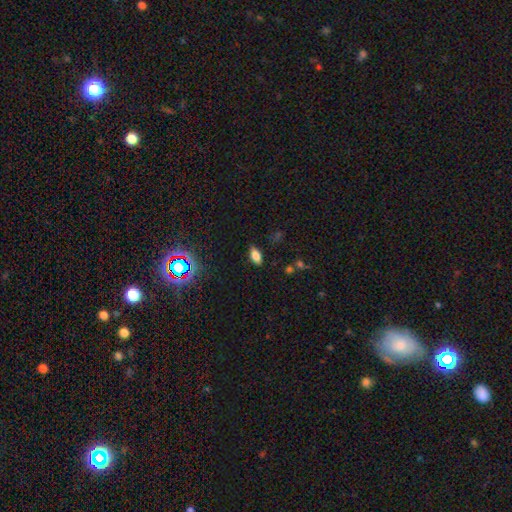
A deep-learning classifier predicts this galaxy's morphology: A smooth galaxy with no disk features (72%) that is in between round and cigar-shaped (88%).

Vote fractions:
- Smooth or featured? smooth: 72% / star or artifact: 16% / featured or disk: 12%
- How rounded? in between: 88% / cigar-shaped: 7% / round: 4%
- Merging? none: 85% / minor disturbance: 11% / major disturbance: 3% / merger: 1%